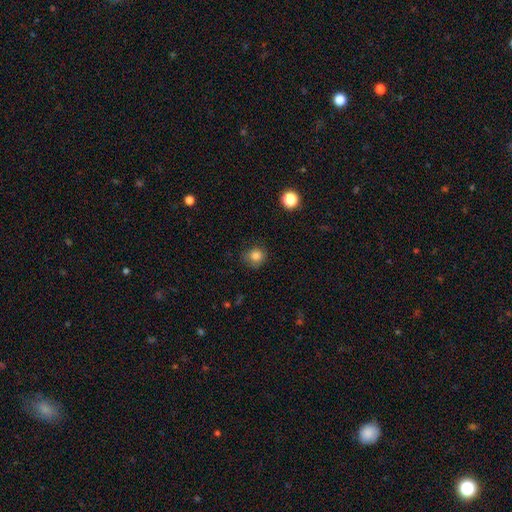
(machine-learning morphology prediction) The model was most divided on "merging": none: 75%, minor disturbance: 19%, major disturbance: 5%, merger: 1%. More confident: how rounded — round (85%); smooth or featured — smooth (83%).